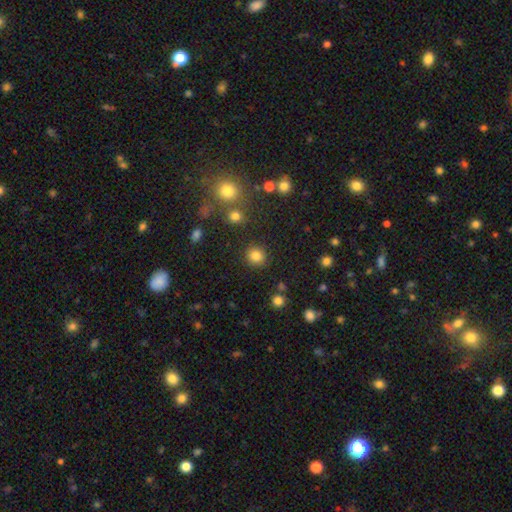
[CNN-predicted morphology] Smooth or featured? smooth (83%)
How rounded? round (85%)
Merging? none (87%)